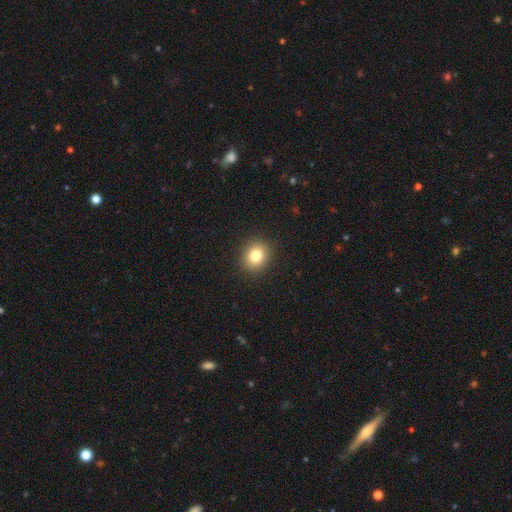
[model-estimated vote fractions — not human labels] Q: Smooth or featured?
A: smooth (81%); runner-up: star or artifact (11%)
Q: How rounded?
A: round (73%); runner-up: in between (26%)
Q: Merging?
A: none (91%); runner-up: minor disturbance (6%)